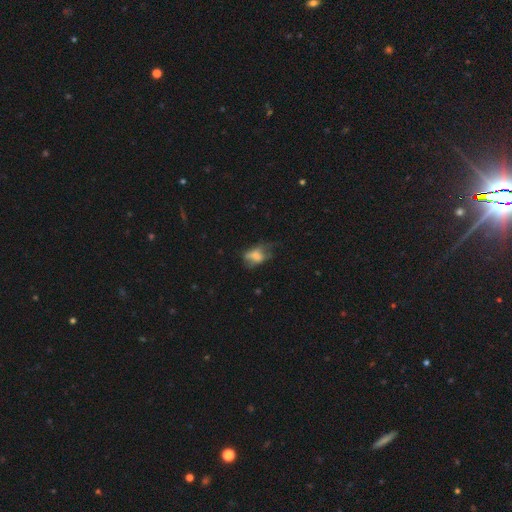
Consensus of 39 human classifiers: This appears to be a smooth galaxy with no disk features (79%) that is in between round and cigar-shaped (84%). Merging: major disturbance (49%).